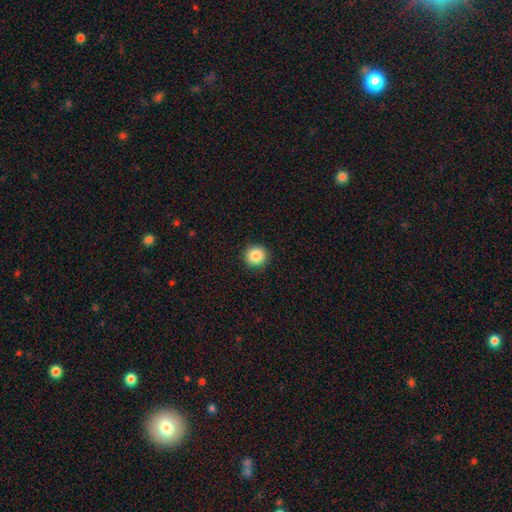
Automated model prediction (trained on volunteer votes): Smooth or featured?
  - smooth: 87% *
  - star or artifact: 9%
  - featured or disk: 4%
How rounded?
  - round: 94% *
  - in between: 5%
  - cigar-shaped: 1%
Merging?
  - none: 92% *
  - minor disturbance: 5%
  - major disturbance: 2%
  - merger: 1%